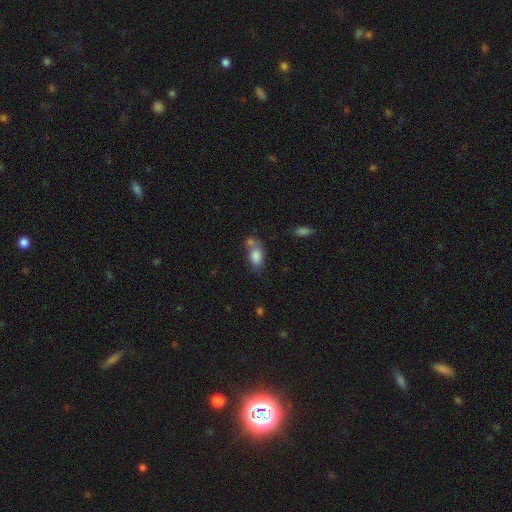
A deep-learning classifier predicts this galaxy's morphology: type=smooth (82%); roundness=in between (88%); merging=none (43%).